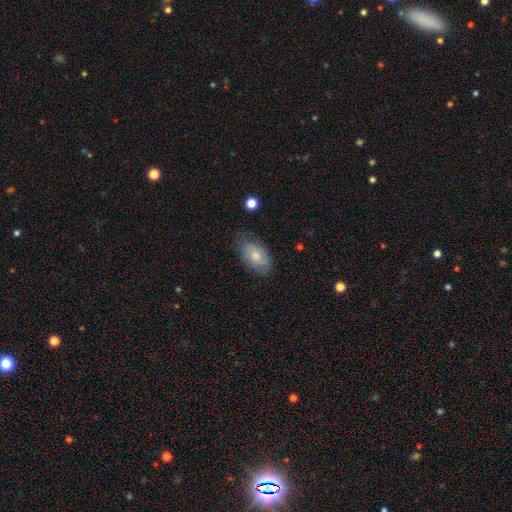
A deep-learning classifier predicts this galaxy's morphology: type=smooth (73%); roundness=in between (90%); merging=none (65%).